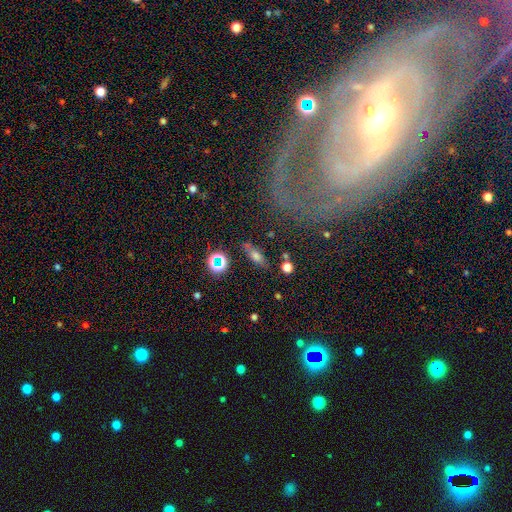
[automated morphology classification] Smooth or featured?
  - smooth: 65% *
  - featured or disk: 20%
  - star or artifact: 14%
How rounded?
  - in between: 56% *
  - cigar-shaped: 36%
  - round: 8%
Merging?
  - none: 74% *
  - minor disturbance: 15%
  - merger: 6%
  - major disturbance: 5%